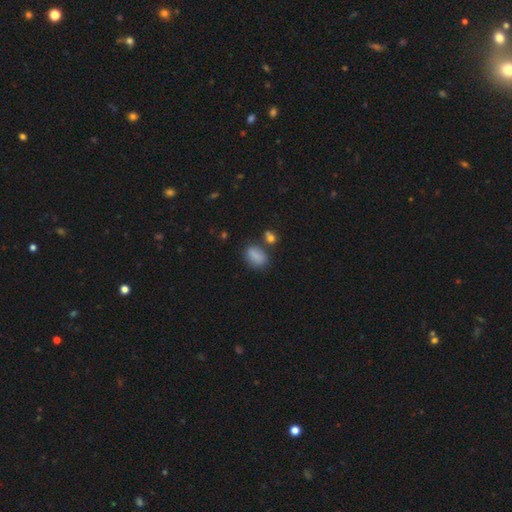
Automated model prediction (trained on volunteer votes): Smooth or featured? smooth (83%)
How rounded? in between (81%)
Merging? none (67%)